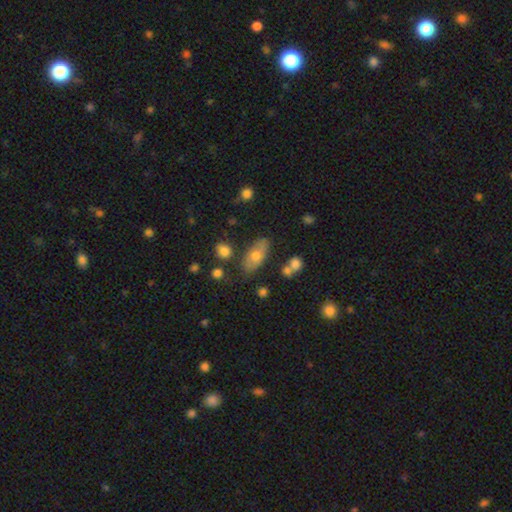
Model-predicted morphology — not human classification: A smooth galaxy with no disk features (65%) that is in between round and cigar-shaped (86%). Merging: none (74%).